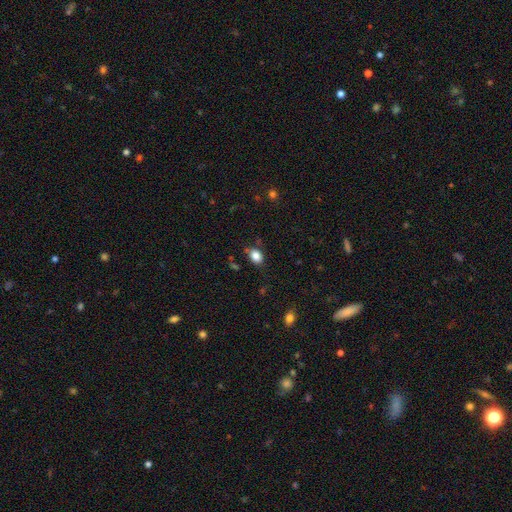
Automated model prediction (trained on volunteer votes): Smooth or featured?
  - smooth: 85% *
  - star or artifact: 10%
  - featured or disk: 5%
How rounded?
  - in between: 66% *
  - round: 33%
  - cigar-shaped: 1%
Merging?
  - none: 73% *
  - minor disturbance: 19%
  - major disturbance: 5%
  - merger: 3%